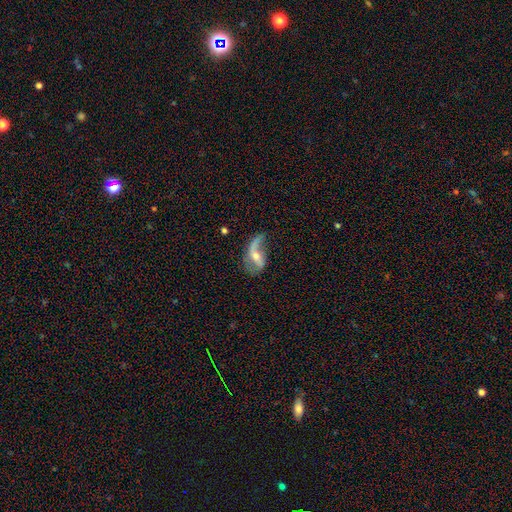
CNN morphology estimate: This is likely a featured or disk galaxy (79%). It is clearly not viewed edge-on (95%). Bar: marginally weak (38%). Spiral arm pattern: clearly yes (89%). Spiral arm count: likely 2 (71%). Spiral winding: clearly loose (82%). Central bulge: possibly moderate (53%). Merging: possibly none (46%).